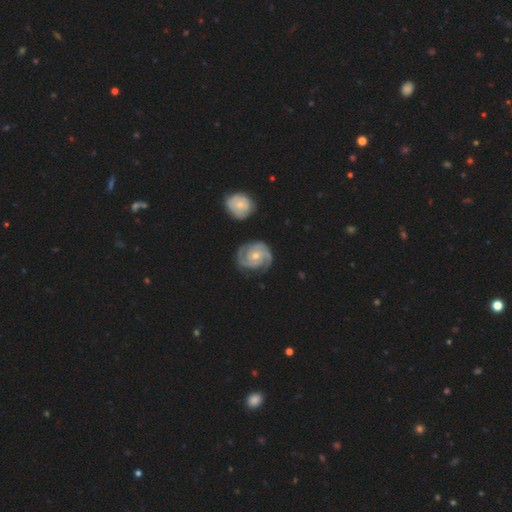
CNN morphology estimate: smooth_or_featured: featured or disk (p=0.90) [alt: smooth p=0.06]
disk_edge_on: no (p=0.98) [alt: yes p=0.02]
bar: no (p=0.69) [alt: weak p=0.25]
has_spiral_arms: yes (p=0.98) [alt: no p=0.02]
spiral_winding: tight (p=0.66) [alt: medium p=0.29]
spiral_arm_count: 2 (p=0.38) [alt: 3 p=0.37]
bulge_size: moderate (p=0.54) [alt: small p=0.42]
merging: none (p=0.74) [alt: minor disturbance p=0.17]